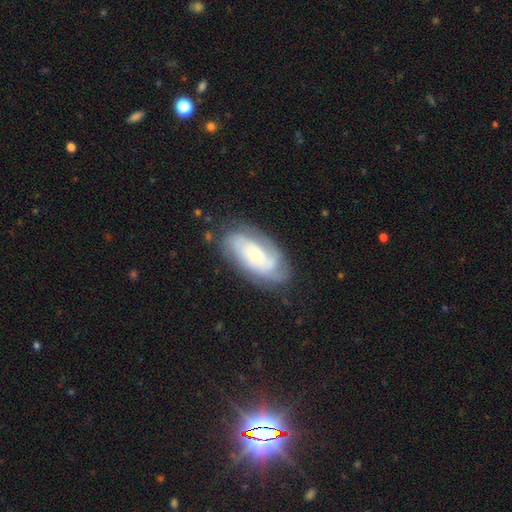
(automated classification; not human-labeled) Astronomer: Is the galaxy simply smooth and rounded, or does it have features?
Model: featured or disk — 73%.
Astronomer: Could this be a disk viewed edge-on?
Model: no — 94%.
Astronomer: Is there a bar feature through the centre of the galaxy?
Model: no — 72%.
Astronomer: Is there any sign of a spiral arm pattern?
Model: yes — 91%.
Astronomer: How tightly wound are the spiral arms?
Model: tight — 60%.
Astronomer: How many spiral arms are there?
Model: can't tell — 37% (runner-up: 2, 30%).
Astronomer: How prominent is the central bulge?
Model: small — 67%.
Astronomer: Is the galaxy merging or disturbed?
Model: none — 73%.